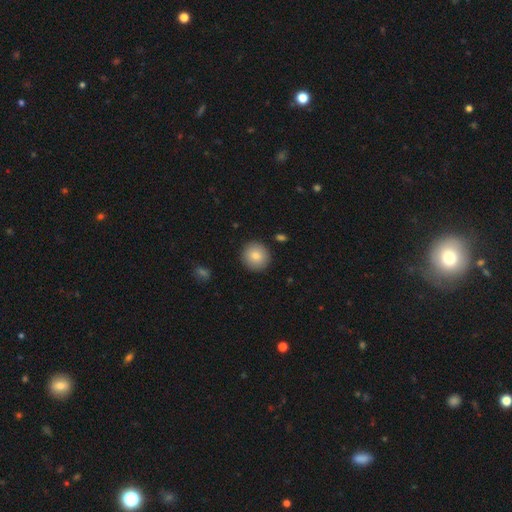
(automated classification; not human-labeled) Morphology: type=smooth (83%); roundness=round (93%); merging=none (91%).